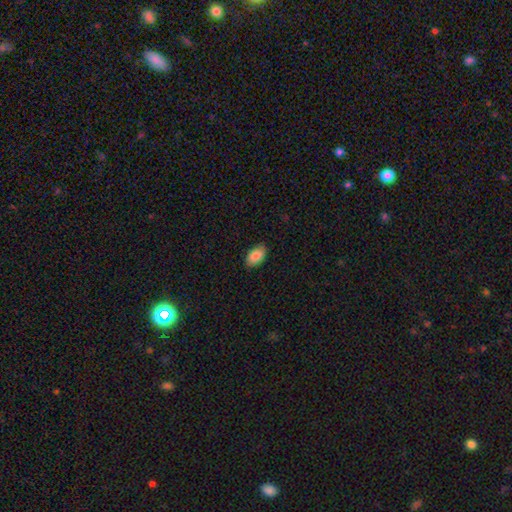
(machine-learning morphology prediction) Smooth or featured? smooth (87%)
How rounded? in between (93%)
Merging? none (87%)